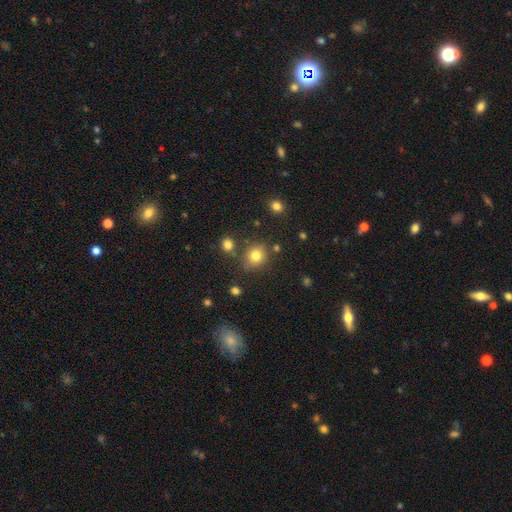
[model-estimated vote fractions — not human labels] smooth_or_featured: smooth (p=0.79) [alt: star or artifact p=0.14]
how_rounded: round (p=0.79) [alt: in between p=0.20]
merging: none (p=0.74) [alt: minor disturbance p=0.12]